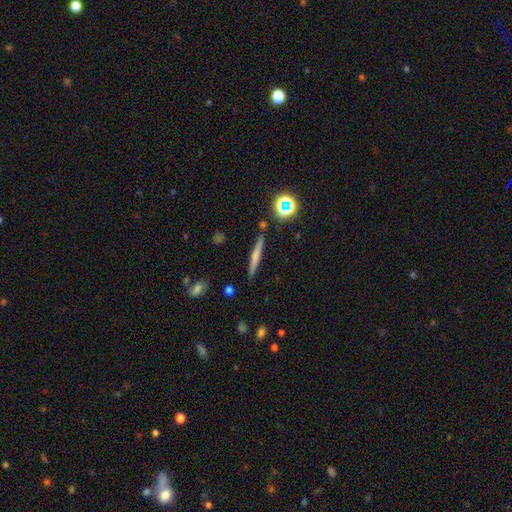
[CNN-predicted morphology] A smooth galaxy with no disk features (53%) that is cigar-shaped (93%).

Vote fractions:
- Smooth or featured? smooth: 53% / featured or disk: 36% / star or artifact: 11%
- How rounded? cigar-shaped: 93% / in between: 4% / round: 3%
- Merging? none: 87% / minor disturbance: 8% / merger: 3% / major disturbance: 2%